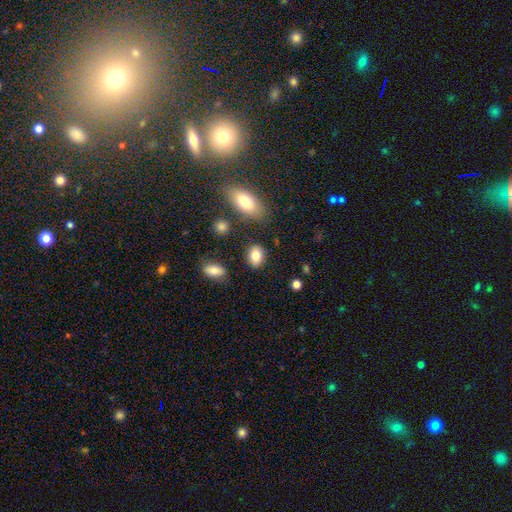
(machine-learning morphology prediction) Overall: smooth (83%). How rounded: in between (75%). Merging: none (85%).